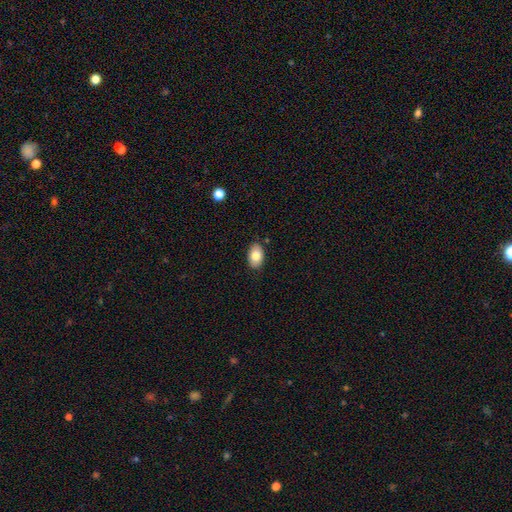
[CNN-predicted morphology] Smooth or featured? smooth (80%)
How rounded? in between (90%)
Merging? none (87%)